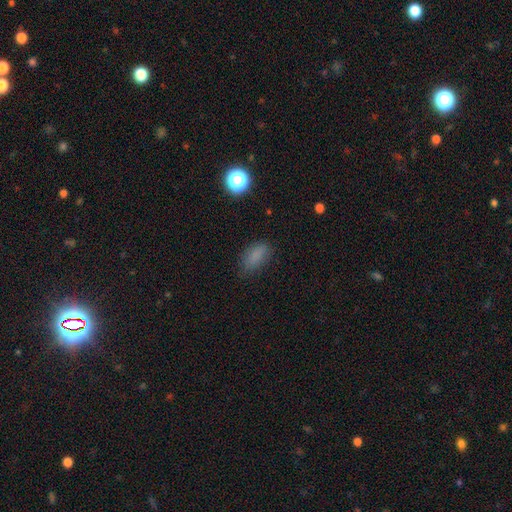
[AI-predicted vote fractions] This is clearly a smooth galaxy (81%). How rounded: clearly in between (86%). Merging: likely none (74%).